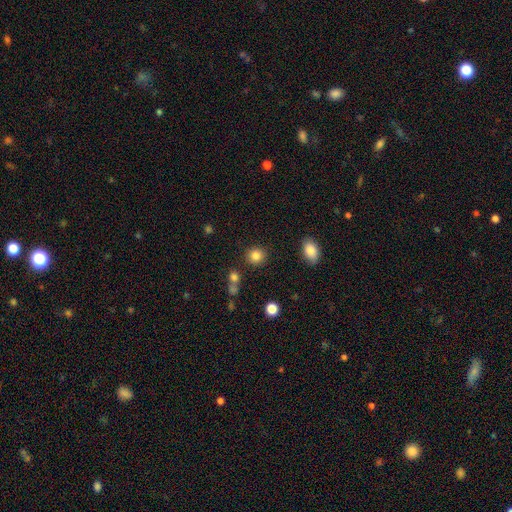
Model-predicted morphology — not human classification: A smooth galaxy with no disk features (85%) that is round (87%). Merging: none (87%).